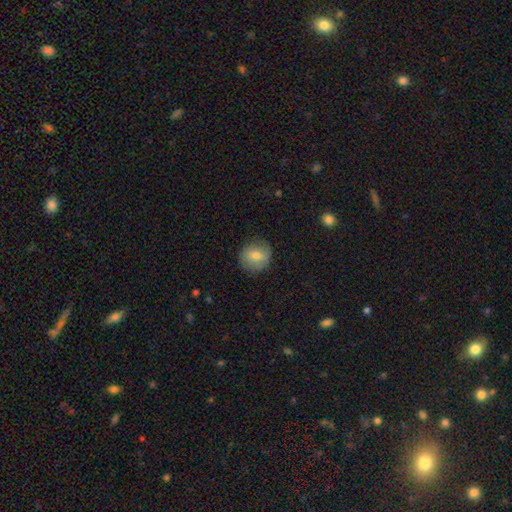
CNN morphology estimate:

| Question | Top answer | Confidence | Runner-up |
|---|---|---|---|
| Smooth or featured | smooth | 67% | featured or disk (23%) |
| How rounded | round | 85% | in between (14%) |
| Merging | none | 82% | minor disturbance (13%) |